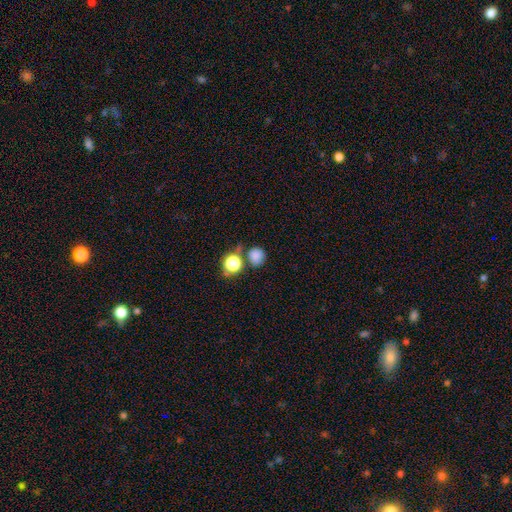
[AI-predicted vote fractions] A smooth galaxy with no disk features (78%) that is round (87%).

Vote fractions:
- Smooth or featured? smooth: 78% / star or artifact: 15% / featured or disk: 6%
- How rounded? round: 87% / in between: 12% / cigar-shaped: 1%
- Merging? none: 64% / merger: 18% / minor disturbance: 12% / major disturbance: 6%